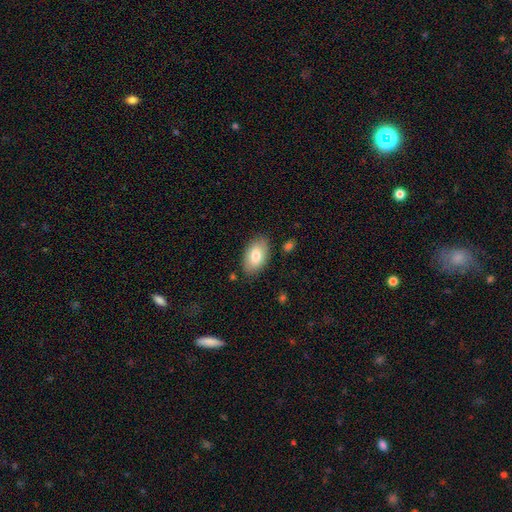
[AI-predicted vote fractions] Smooth or featured? Predicted: smooth (p=0.80). How rounded? Predicted: in between (p=0.94). Merging? Predicted: none (p=0.83).